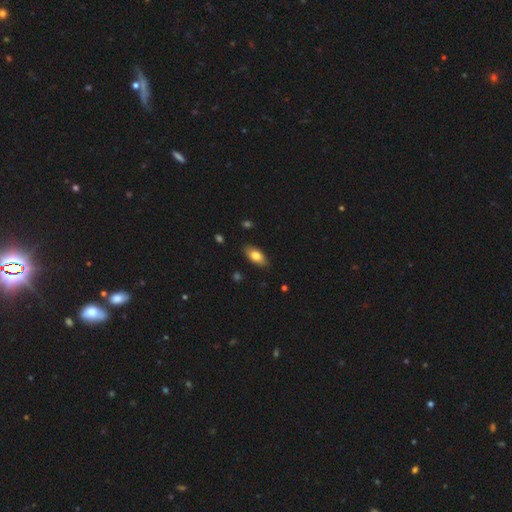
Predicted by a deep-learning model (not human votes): Smooth or featured? smooth (79%)
How rounded? in between (90%)
Merging? none (85%)